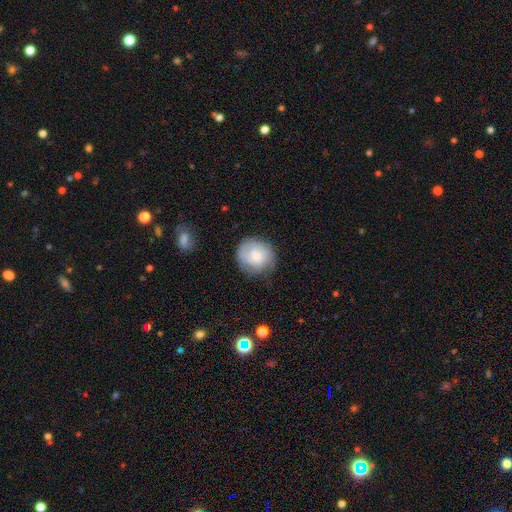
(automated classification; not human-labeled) This is possibly a smooth galaxy (58%). How rounded: clearly round (86%). Merging: likely none (69%).